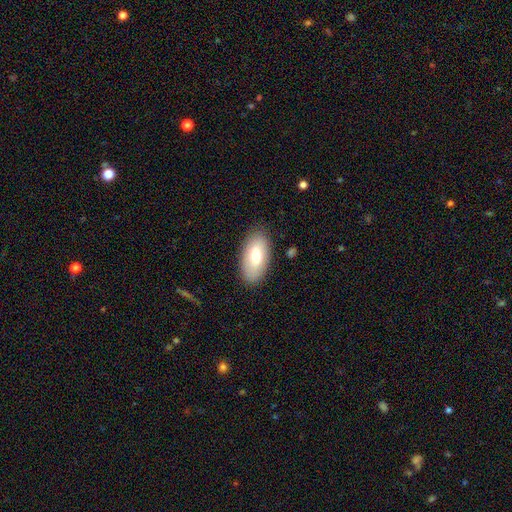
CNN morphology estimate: type=smooth (72%); roundness=in between (92%); merging=none (85%).